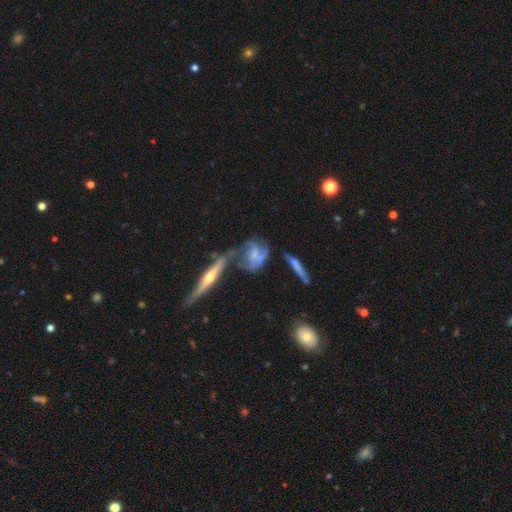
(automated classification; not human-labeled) Morphology: type=featured or disk (67%); edge-on=no (80%); bar=no (66%); spiral arms=yes (77%); bulge=none (37%); merging=none (34%).